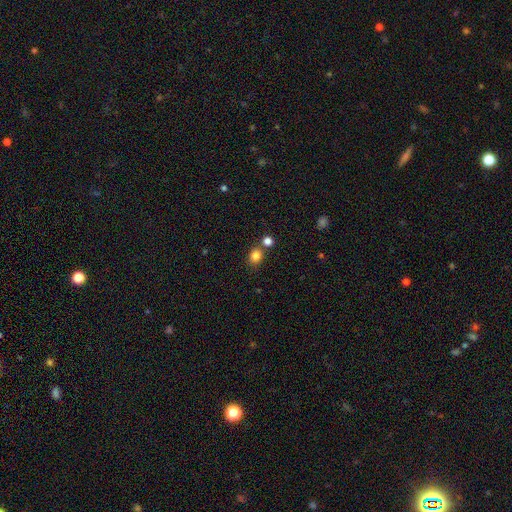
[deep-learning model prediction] A smooth galaxy with no disk features (82%) that is round (64%).

Vote fractions:
- Smooth or featured? smooth: 82% / star or artifact: 12% / featured or disk: 5%
- How rounded? round: 64% / in between: 35% / cigar-shaped: 1%
- Merging? none: 69% / merger: 17% / minor disturbance: 10% / major disturbance: 3%